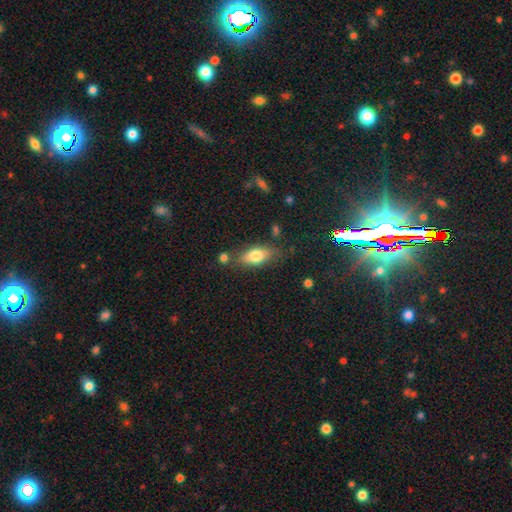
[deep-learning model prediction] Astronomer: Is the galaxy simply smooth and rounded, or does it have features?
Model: smooth — 75%.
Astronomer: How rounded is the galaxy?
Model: in between — 81%.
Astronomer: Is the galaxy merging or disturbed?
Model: none — 71%.